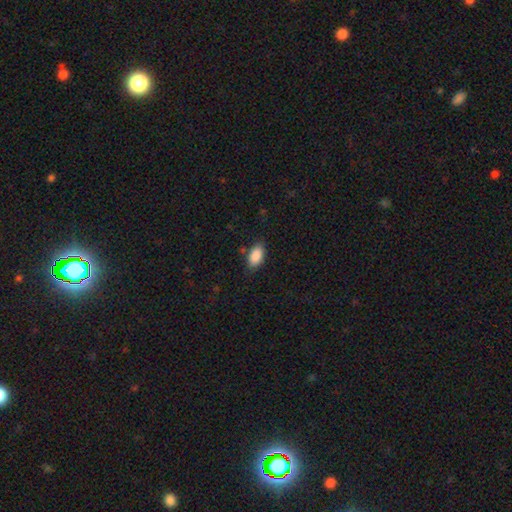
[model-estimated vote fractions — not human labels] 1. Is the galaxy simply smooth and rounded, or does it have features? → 87% smooth, 7% star or artifact, 6% featured or disk.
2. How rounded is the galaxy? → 93% in between, 4% round, 3% cigar-shaped.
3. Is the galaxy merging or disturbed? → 80% none, 15% minor disturbance, 3% major disturbance, 2% merger.